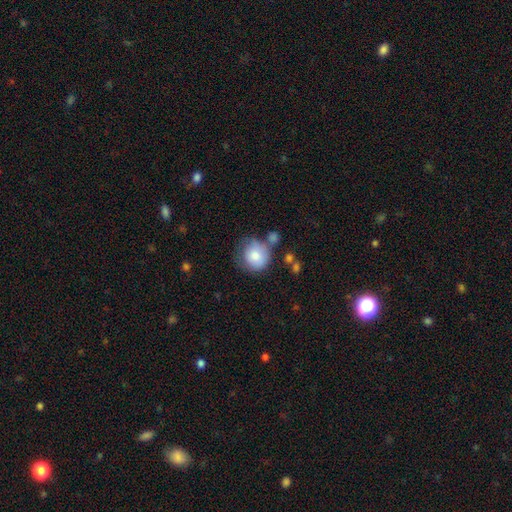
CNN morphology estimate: Q: Smooth or featured?
A: smooth (81%); runner-up: featured or disk (12%)
Q: How rounded?
A: round (87%); runner-up: in between (12%)
Q: Merging?
A: none (55%); runner-up: minor disturbance (23%)